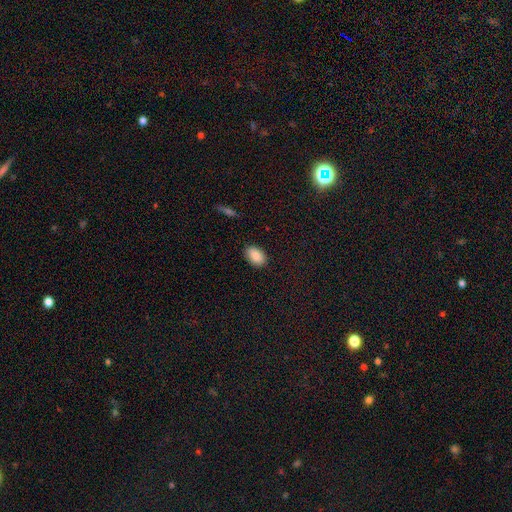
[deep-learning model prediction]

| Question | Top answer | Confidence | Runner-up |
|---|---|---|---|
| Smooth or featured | smooth | 88% | star or artifact (7%) |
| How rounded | in between | 88% | round (11%) |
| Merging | none | 88% | minor disturbance (9%) |